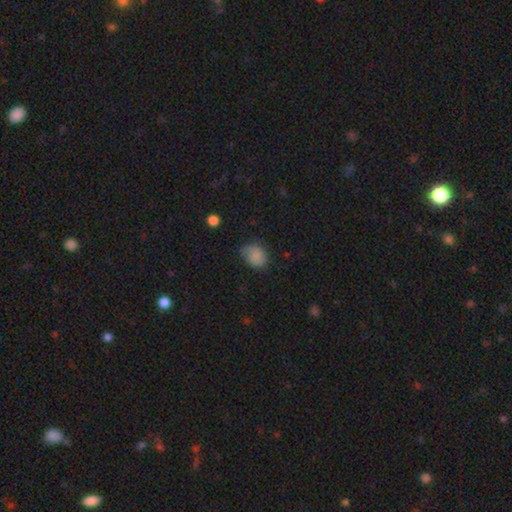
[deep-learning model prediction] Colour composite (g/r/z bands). It shows a smooth galaxy with no disk features (77%) that is in between round and cigar-shaped (54%). Merging: none (54%).